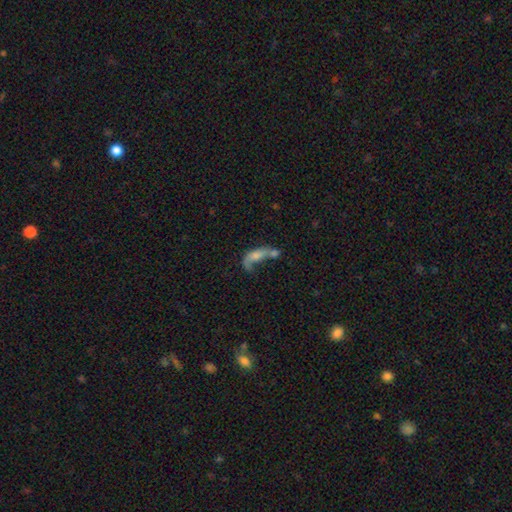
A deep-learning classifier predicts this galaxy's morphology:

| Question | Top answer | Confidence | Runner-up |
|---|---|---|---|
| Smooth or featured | smooth | 54% | featured or disk (36%) |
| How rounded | in between | 61% | cigar-shaped (32%) |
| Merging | merger | 51% | major disturbance (24%) |